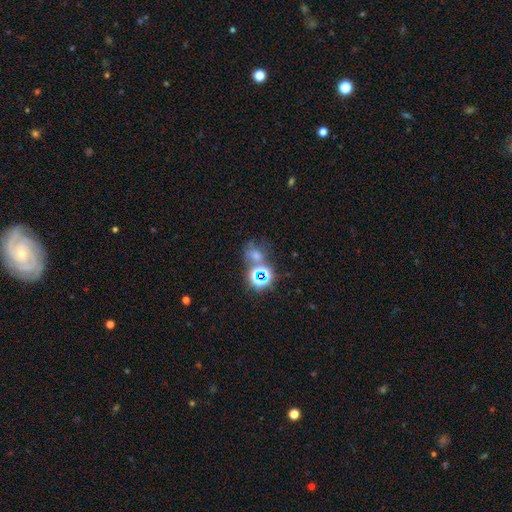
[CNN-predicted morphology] type=star or artifact (55%).